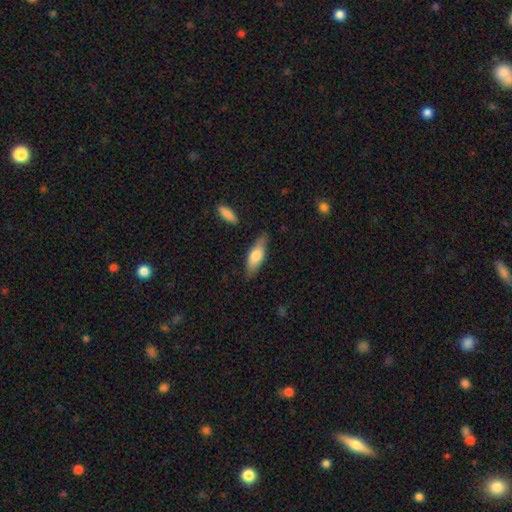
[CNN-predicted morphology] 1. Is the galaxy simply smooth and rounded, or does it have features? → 68% smooth, 26% featured or disk, 6% star or artifact.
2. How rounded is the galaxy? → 57% in between, 41% cigar-shaped, 2% round.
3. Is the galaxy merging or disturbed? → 80% none, 15% minor disturbance, 3% major disturbance, 2% merger.